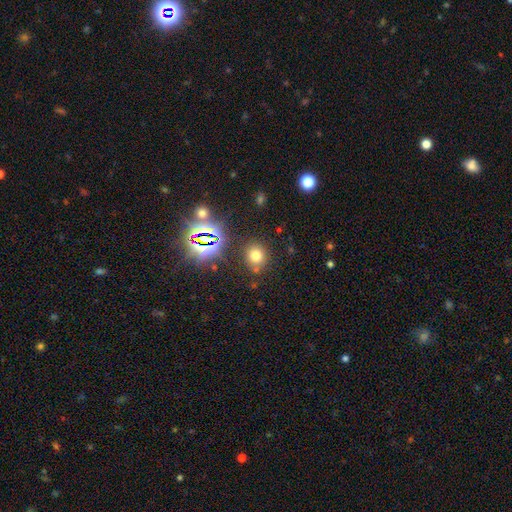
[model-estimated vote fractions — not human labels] Q: Smooth or featured?
A: smooth (66%); runner-up: star or artifact (25%)
Q: How rounded?
A: round (81%); runner-up: in between (17%)
Q: Merging?
A: none (80%); runner-up: minor disturbance (10%)